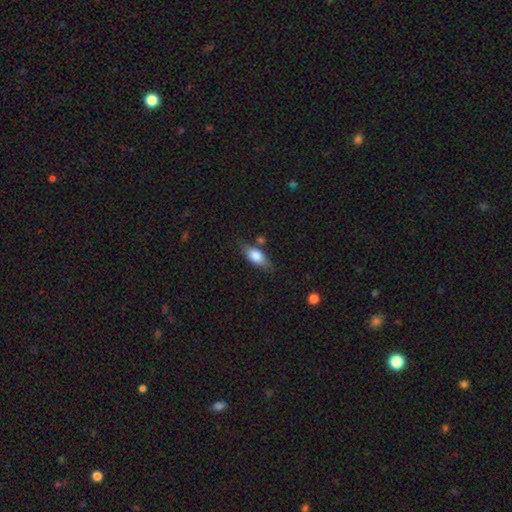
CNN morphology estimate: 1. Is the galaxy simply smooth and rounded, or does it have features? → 75% smooth, 18% featured or disk, 7% star or artifact.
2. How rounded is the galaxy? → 82% in between, 14% cigar-shaped, 5% round.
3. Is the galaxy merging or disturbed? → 67% none, 21% minor disturbance, 6% major disturbance, 5% merger.